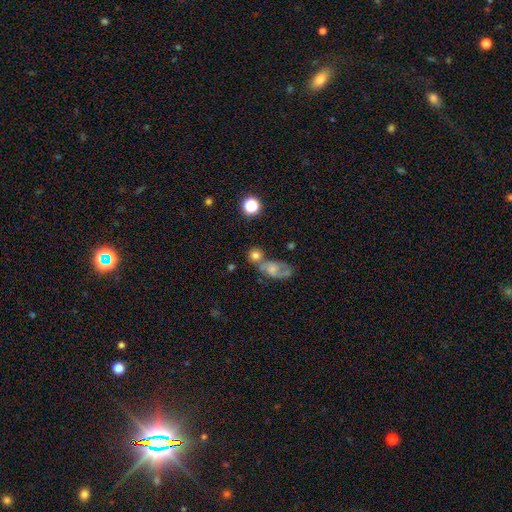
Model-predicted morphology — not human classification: The model was most divided on "merging": none: 46%, merger: 36%, minor disturbance: 11%, major disturbance: 7%. More confident: how rounded — round (77%); smooth or featured — smooth (70%).